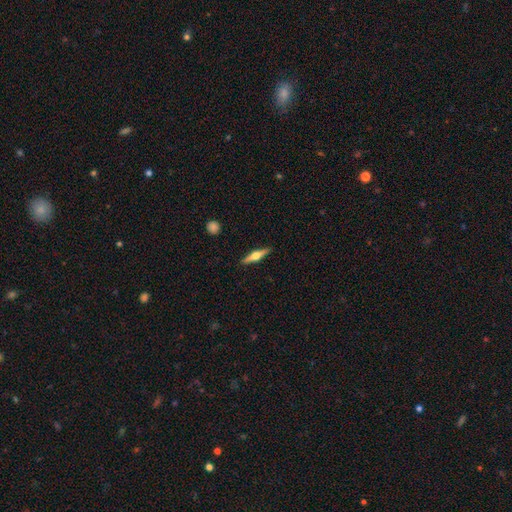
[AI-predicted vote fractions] smooth_or_featured: featured or disk (p=0.66) [alt: smooth p=0.28]
disk_edge_on: yes (p=0.97) [alt: no p=0.03]
edge_on_bulge: rounded (p=0.94) [alt: boxy p=0.04]
merging: none (p=0.91) [alt: minor disturbance p=0.07]